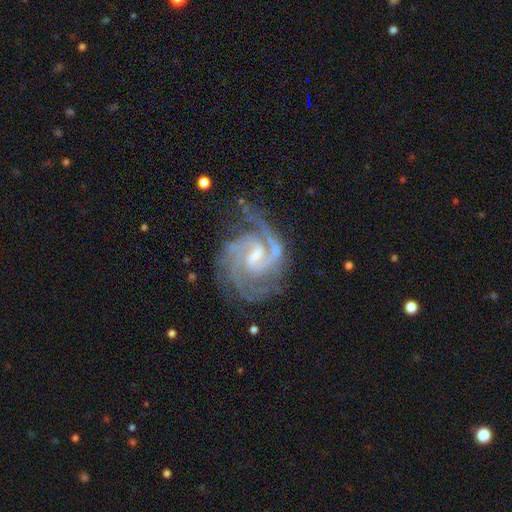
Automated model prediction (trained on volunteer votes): Overall: featured or disk (92%). Edge-on disk: no (98%). Bar: weak (59%; strong 23%). Spiral arms: yes (98%). Spiral arm count: 2 (49%; 3 24%). Spiral winding: tight (49%; medium 44%). Bulge size: small (46%; moderate 36%). Merging: none (66%).